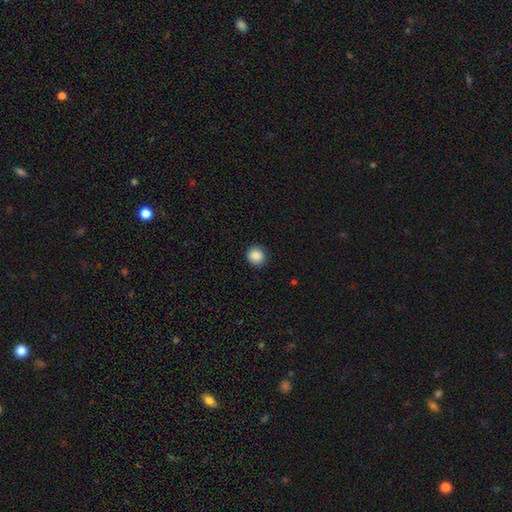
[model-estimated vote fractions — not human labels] smooth 88%, star or artifact 9%, featured or disk 3%. Down the decision tree: how rounded — round (92%); merging — none (91%).